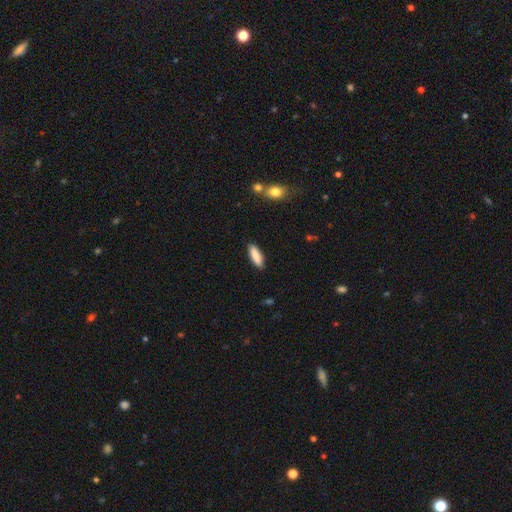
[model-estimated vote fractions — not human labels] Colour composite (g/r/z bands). It shows a smooth galaxy with no disk features (87%) that is cigar-shaped (57%). Merging: none (89%).